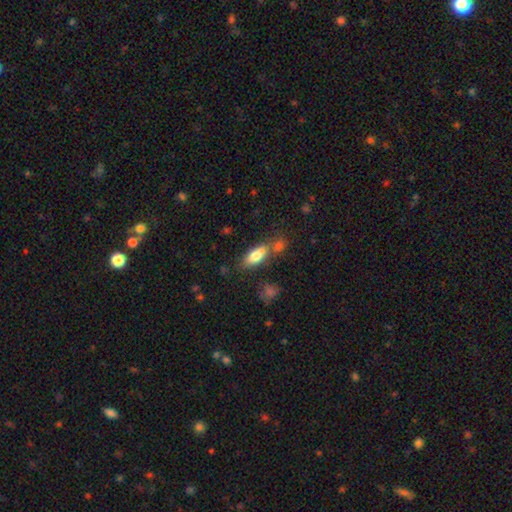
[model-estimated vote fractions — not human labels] Overall: smooth (76%). How rounded: in between (78%). Merging: none (54%; merger 25%).